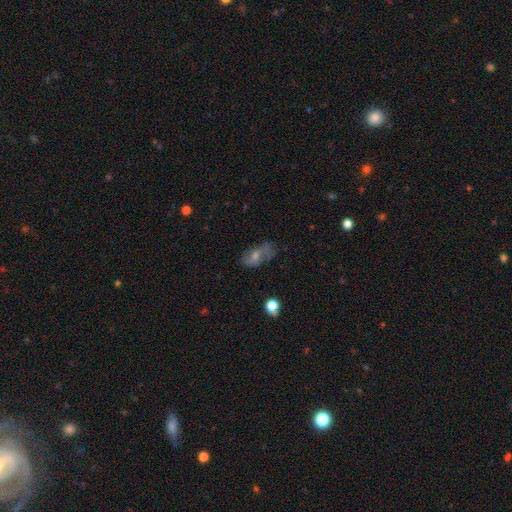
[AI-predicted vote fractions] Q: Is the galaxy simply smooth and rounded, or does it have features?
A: featured or disk — 51%.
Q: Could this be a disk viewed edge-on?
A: no — 89%.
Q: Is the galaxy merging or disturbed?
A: none — 67%.